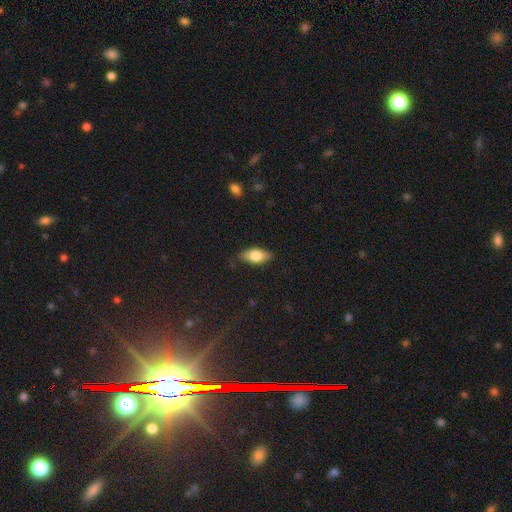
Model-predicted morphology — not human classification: This is likely a smooth galaxy (75%). How rounded: clearly in between (88%). Merging: clearly none (83%).